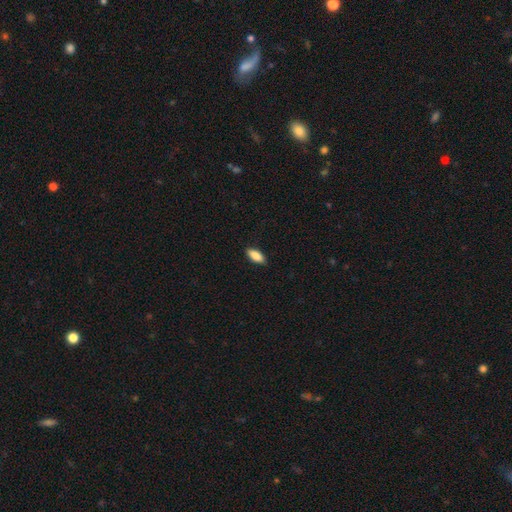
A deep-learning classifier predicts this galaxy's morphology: Smooth or featured: smooth — 87% (star or artifact — 6%)
How rounded: in between — 83% (cigar-shaped — 15%)
Merging: none — 88% (minor disturbance — 9%)